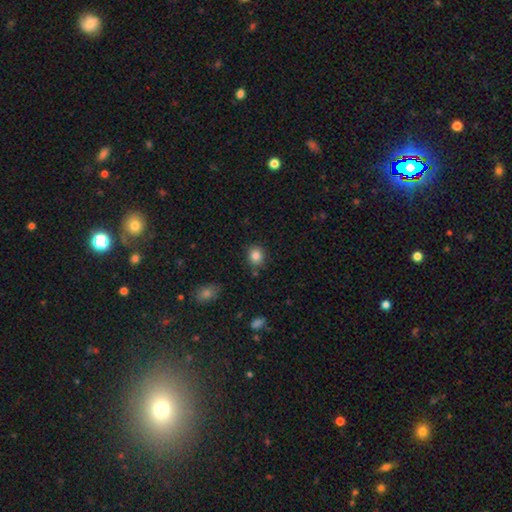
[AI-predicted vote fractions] This appears to be a smooth galaxy with no disk features (86%) that is round (70%). Merging: none (82%).